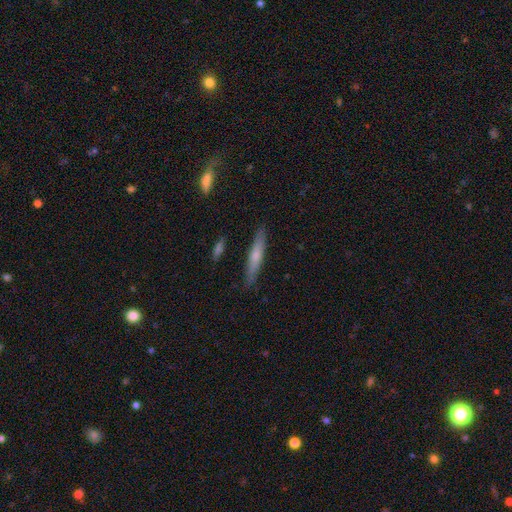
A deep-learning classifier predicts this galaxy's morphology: Smooth or featured? Predicted: smooth (p=0.58). How rounded? Predicted: cigar-shaped (p=0.90). Merging? Predicted: none (p=0.87).